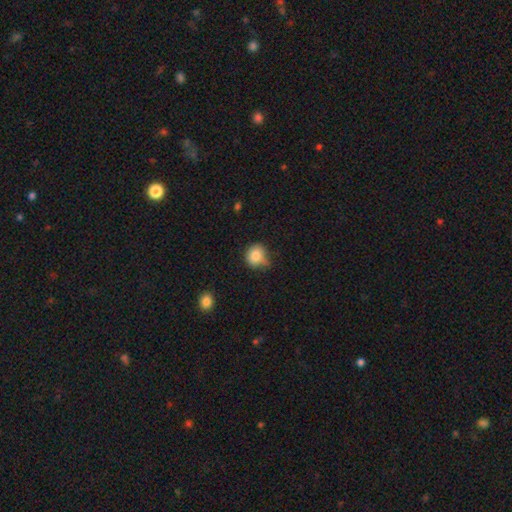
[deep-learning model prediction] Q: Smooth or featured?
A: smooth (82%); runner-up: star or artifact (10%)
Q: How rounded?
A: round (80%); runner-up: in between (19%)
Q: Merging?
A: none (55%); runner-up: minor disturbance (33%)